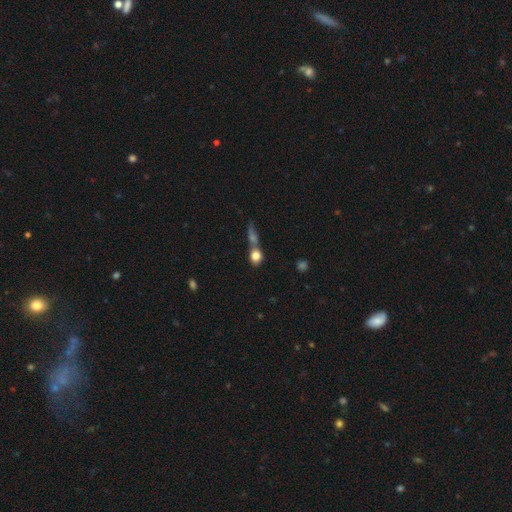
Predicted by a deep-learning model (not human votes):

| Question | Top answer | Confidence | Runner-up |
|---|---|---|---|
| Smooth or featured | smooth | 78% | star or artifact (11%) |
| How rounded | round | 65% | in between (29%) |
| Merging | merger | 45% | none (40%) |